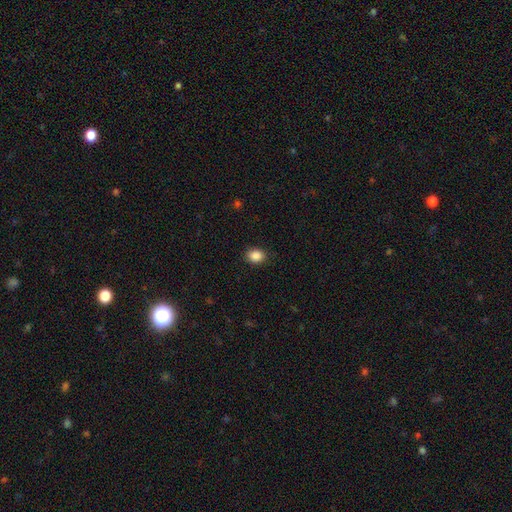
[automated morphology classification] Q: Smooth or featured?
A: smooth (88%); runner-up: star or artifact (9%)
Q: How rounded?
A: in between (56%); runner-up: round (43%)
Q: Merging?
A: none (88%); runner-up: minor disturbance (9%)